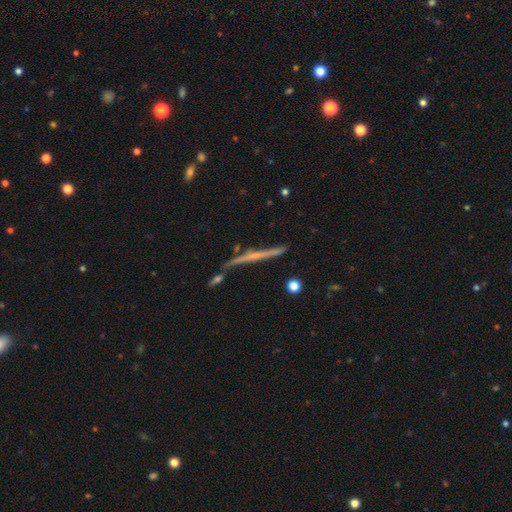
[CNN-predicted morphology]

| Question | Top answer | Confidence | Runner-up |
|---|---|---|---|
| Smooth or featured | featured or disk | 67% | smooth (24%) |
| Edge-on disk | yes | 96% | no (4%) |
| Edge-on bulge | none | 63% | rounded (28%) |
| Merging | none | 71% | minor disturbance (14%) |